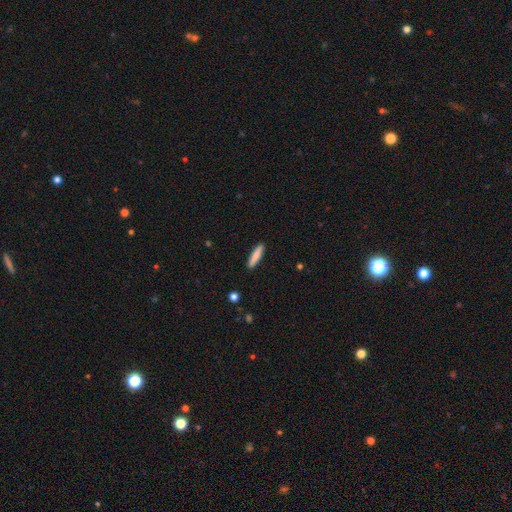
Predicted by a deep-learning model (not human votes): Morphology: type=smooth (77%); roundness=cigar-shaped (84%); merging=none (90%).